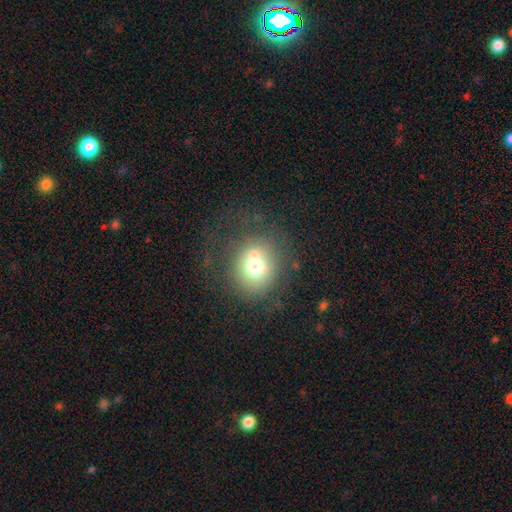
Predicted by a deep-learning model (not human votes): Overall: smooth (66%). How rounded: round (79%). Merging: none (59%).